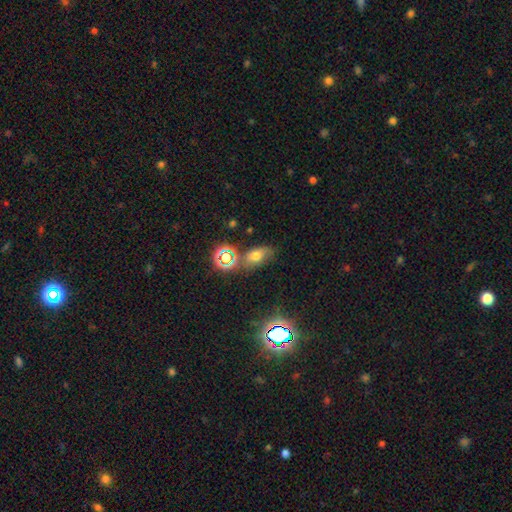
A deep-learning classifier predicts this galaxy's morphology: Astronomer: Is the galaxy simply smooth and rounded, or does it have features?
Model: smooth — 58%.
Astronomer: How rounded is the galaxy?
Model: in between — 80%.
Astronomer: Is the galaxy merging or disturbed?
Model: none — 68%.